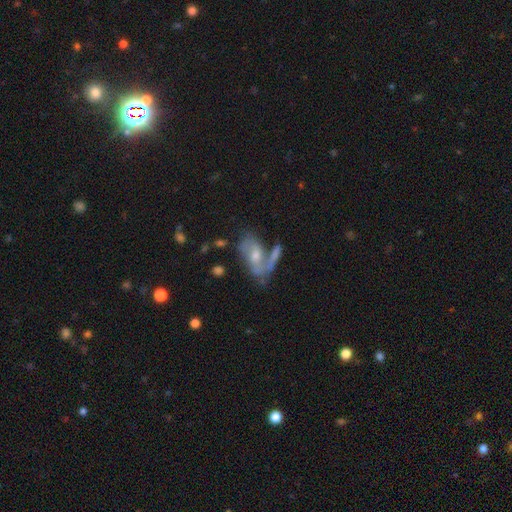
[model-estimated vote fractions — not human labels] Morphology: type=featured or disk (62%); edge-on=no (90%); bar=no (54%); spiral arms=yes (73%); bulge=moderate (51%); merging=none (41%).